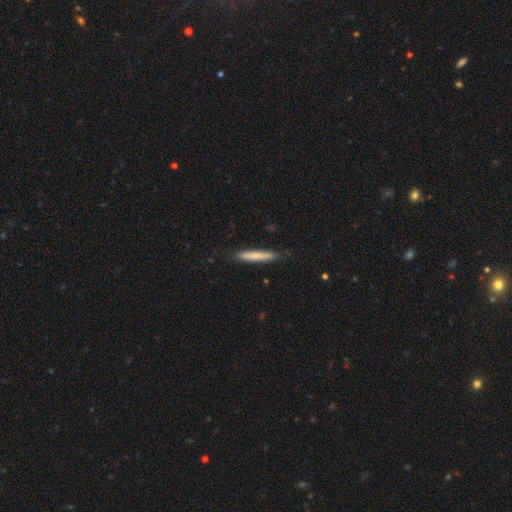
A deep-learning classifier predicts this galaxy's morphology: smooth_or_featured: smooth (p=0.74) [alt: featured or disk p=0.20]
how_rounded: cigar-shaped (p=0.95) [alt: in between p=0.04]
merging: none (p=0.87) [alt: minor disturbance p=0.10]